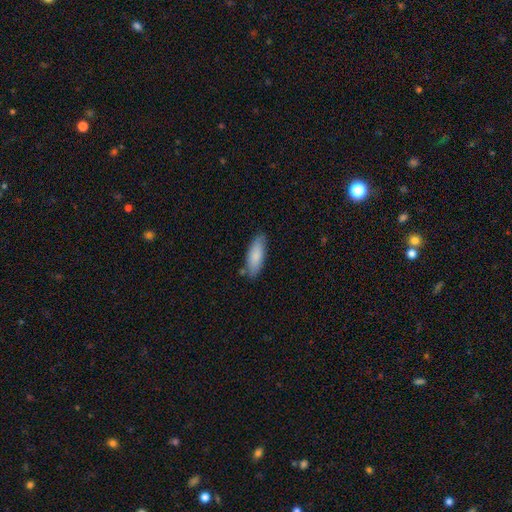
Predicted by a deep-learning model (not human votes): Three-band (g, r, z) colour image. It shows a smooth galaxy with no disk features (83%) that is in between round and cigar-shaped (63%). Merging: none (79%).